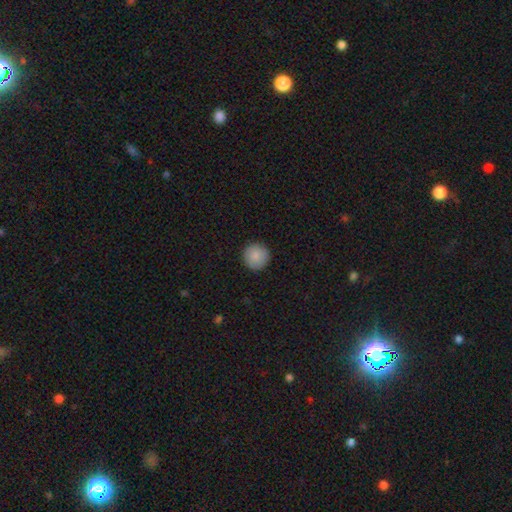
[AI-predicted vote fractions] smooth_or_featured: smooth (p=0.88) [alt: star or artifact p=0.07]
how_rounded: round (p=0.96) [alt: in between p=0.03]
merging: none (p=0.92) [alt: minor disturbance p=0.05]